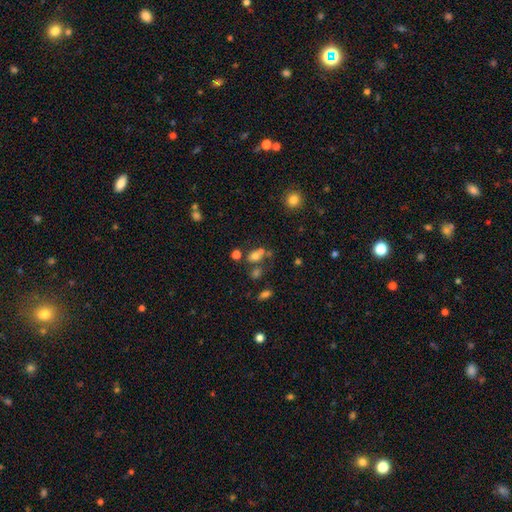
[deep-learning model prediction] Smooth or featured: smooth — 67% (star or artifact — 18%)
How rounded: round — 50% (in between — 48%)
Merging: merger — 41% (none — 40%)